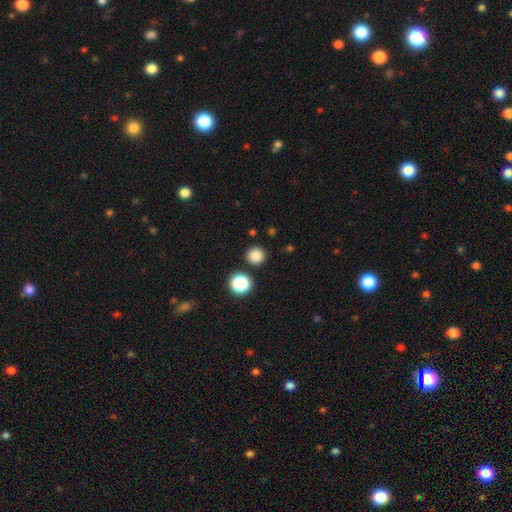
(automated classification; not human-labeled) Smooth or featured? Predicted: smooth (p=0.83). How rounded? Predicted: round (p=0.95). Merging? Predicted: none (p=0.89).